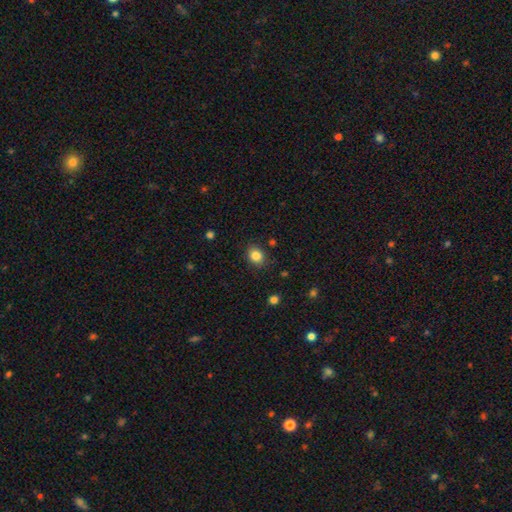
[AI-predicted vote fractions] Morphology: type=smooth (84%); roundness=round (61%); merging=none (84%).